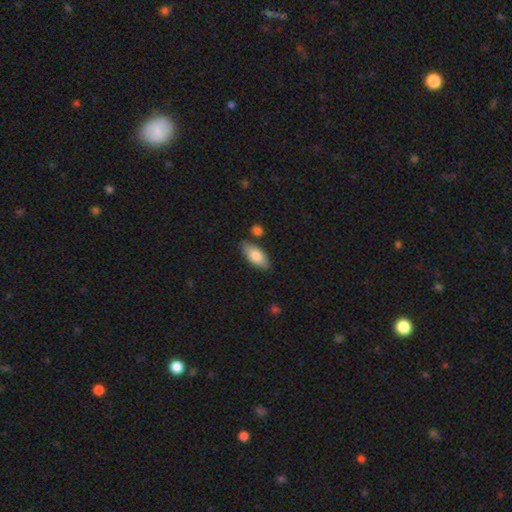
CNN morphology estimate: Smooth or featured? Predicted: smooth (p=0.82). How rounded? Predicted: in between (p=0.87). Merging? Predicted: none (p=0.78).